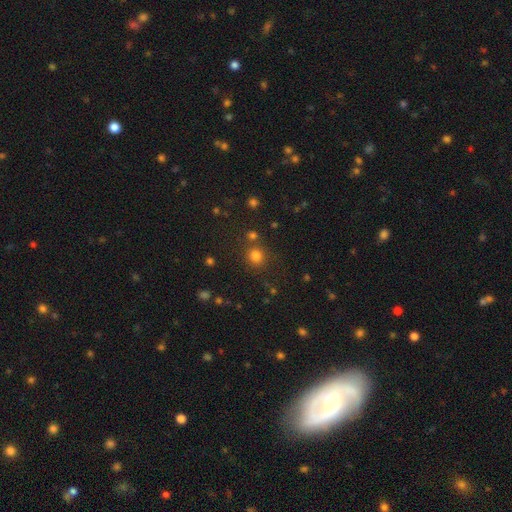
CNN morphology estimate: type=smooth (78%); roundness=round (89%); merging=none (78%).